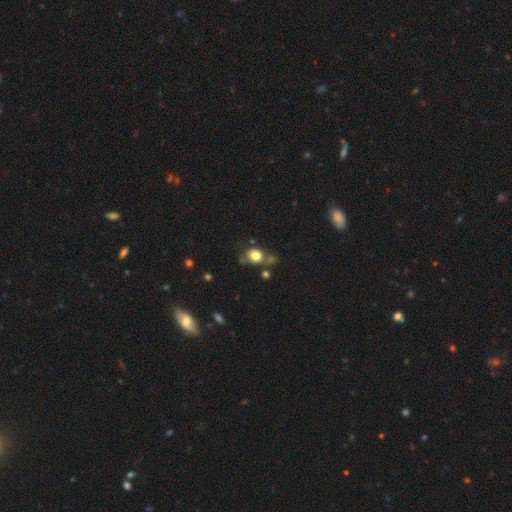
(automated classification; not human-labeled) Q: Smooth or featured?
A: smooth (76%); runner-up: featured or disk (13%)
Q: How rounded?
A: round (63%); runner-up: in between (35%)
Q: Merging?
A: none (50%); runner-up: minor disturbance (23%)